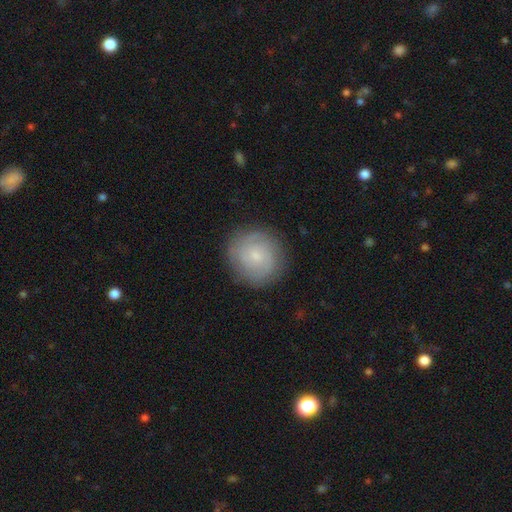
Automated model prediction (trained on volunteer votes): Overall: featured or disk (50%; smooth 42%). Merging: none (85%).